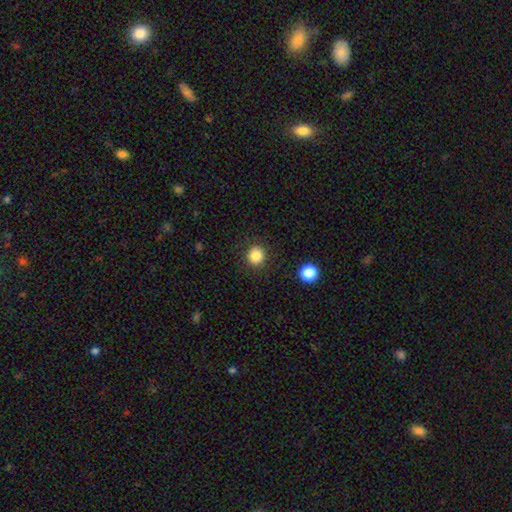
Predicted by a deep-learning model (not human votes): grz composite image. It shows a smooth galaxy with no disk features (85%) that is round (89%). Merging: none (89%).